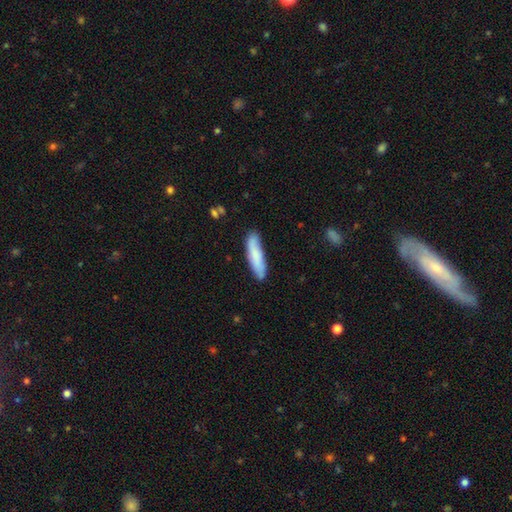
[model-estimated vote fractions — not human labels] smooth-or-featured: smooth: 78% | featured or disk: 16% | star or artifact: 6%
  how-rounded: cigar-shaped: 74% | in between: 24% | round: 1%
  merging: none: 81% | minor disturbance: 15% | major disturbance: 3% | merger: 2%